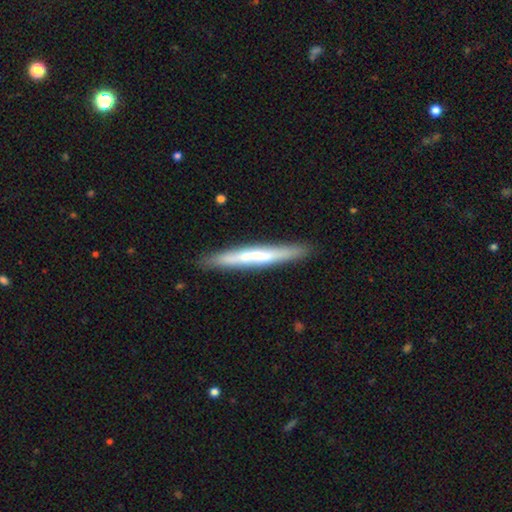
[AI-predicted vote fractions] This is possibly a featured or disk galaxy (48%). Merging: clearly none (85%).